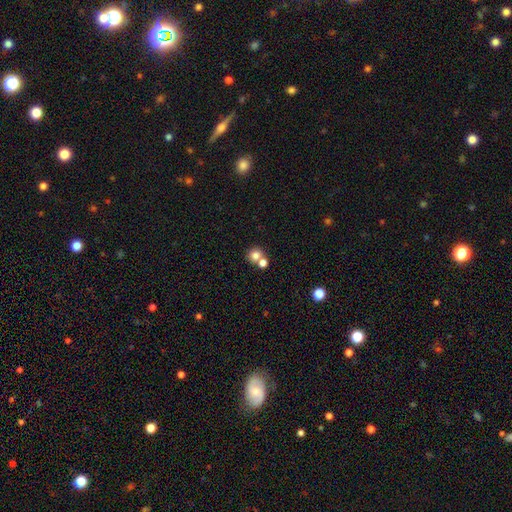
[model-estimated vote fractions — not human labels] Smooth or featured? Predicted: smooth (p=0.78). How rounded? Predicted: round (p=0.86). Merging? Predicted: none (p=0.53).